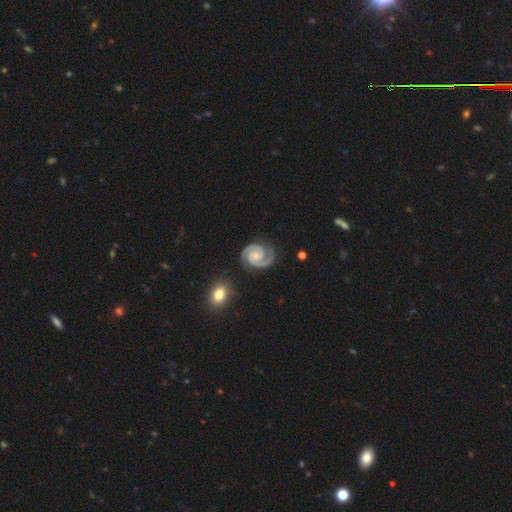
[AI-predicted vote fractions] This appears to be a featured or disk galaxy (94%) with no bar (64%), 2 (94%) tight (63%) spiral arms (99%) and a small central bulge (51%). Merging: none (84%).